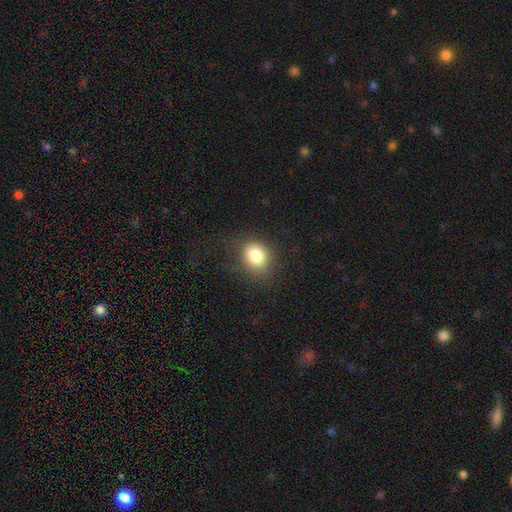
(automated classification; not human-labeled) This is clearly a smooth galaxy (82%). How rounded: possibly round (59%). Merging: likely none (79%).